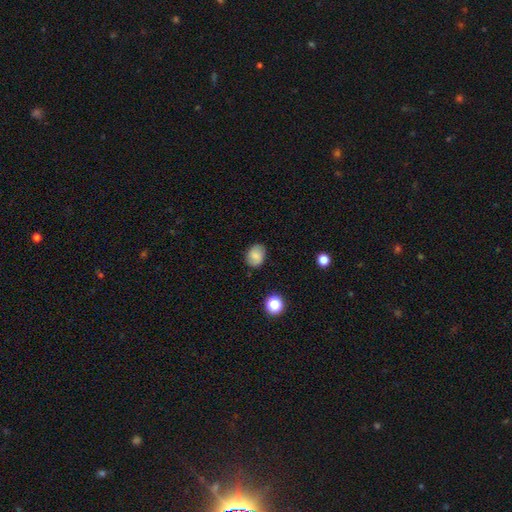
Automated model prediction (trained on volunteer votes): smooth 75%, featured or disk 15%, star or artifact 10%. Down the decision tree: how rounded — in between (55%); merging — none (82%).